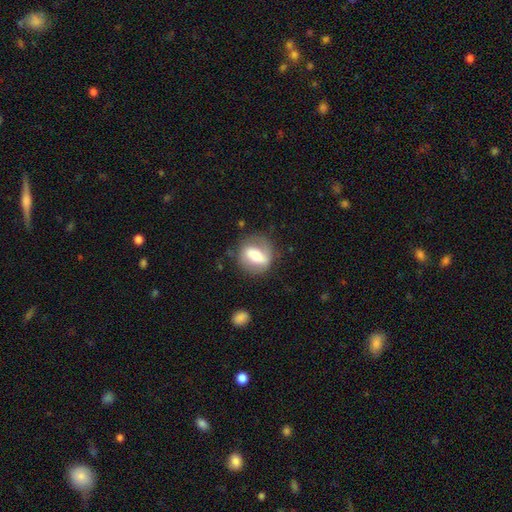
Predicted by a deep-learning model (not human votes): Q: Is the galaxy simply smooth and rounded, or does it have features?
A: smooth — 48%.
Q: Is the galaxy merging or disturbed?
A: none — 70%.